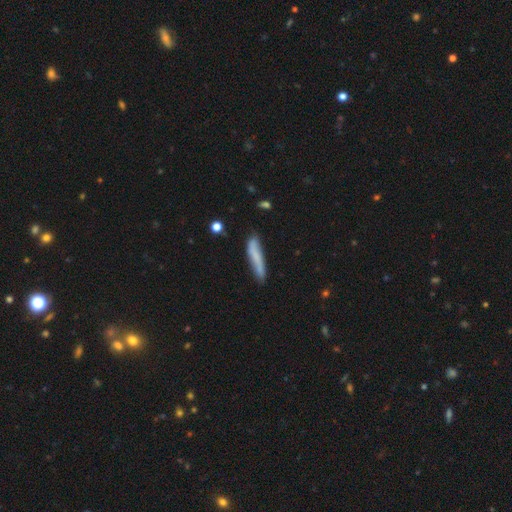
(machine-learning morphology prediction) A smooth galaxy with no disk features (67%) that is cigar-shaped (90%). Merging: none (69%).